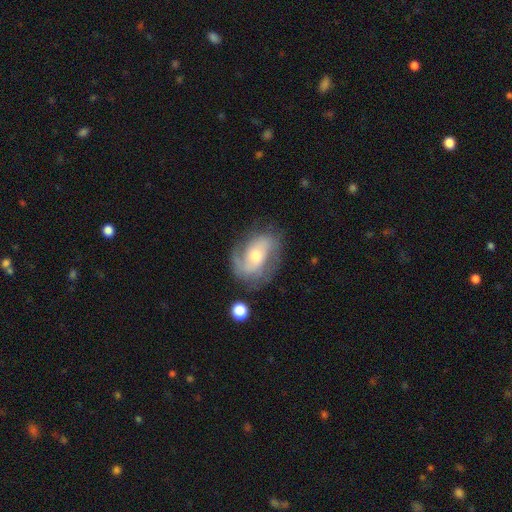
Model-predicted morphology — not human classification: featured or disk 79%, smooth 15%, star or artifact 6%. Down the decision tree: edge-on disk — no (96%); bar — no (49%); spiral arms — yes (92%); spiral arm count — 2 (66%); spiral winding — medium (46%); bulge size — moderate (56%); merging — none (66%).